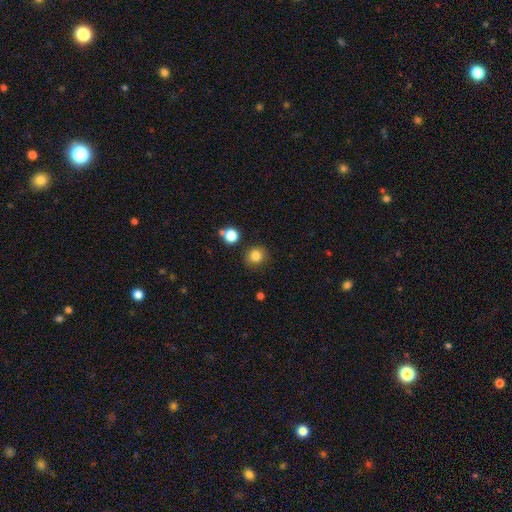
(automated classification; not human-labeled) Morphology: type=smooth (83%); roundness=round (81%); merging=none (80%).